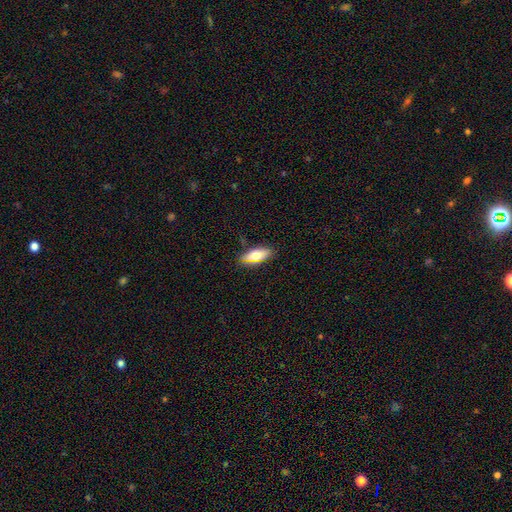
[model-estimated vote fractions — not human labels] Smooth or featured? Predicted: smooth (p=0.70). How rounded? Predicted: in between (p=0.78). Merging? Predicted: none (p=0.81).